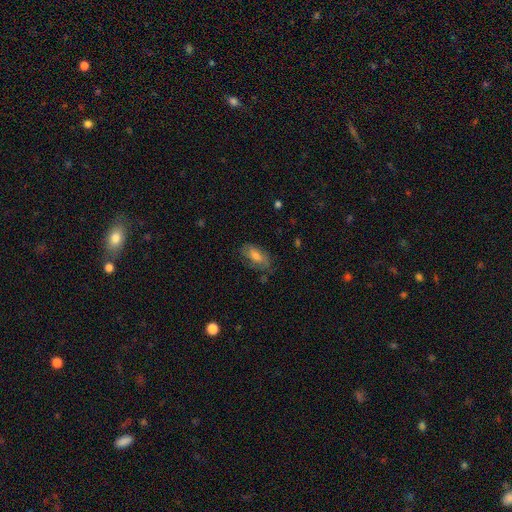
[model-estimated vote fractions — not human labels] The model was most divided on "smooth or featured": smooth: 55%, featured or disk: 35%, star or artifact: 10%. More confident: how rounded — in between (85%); merging — none (65%).